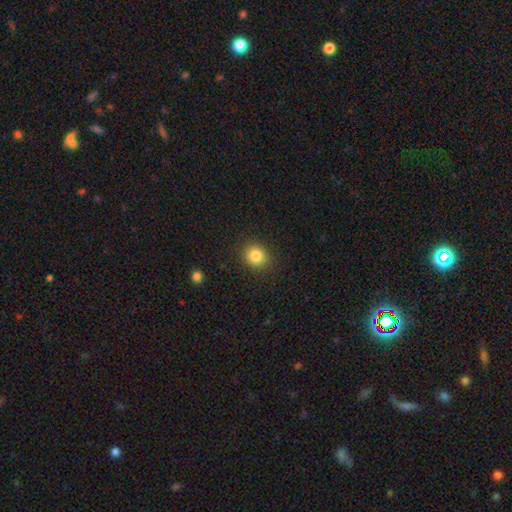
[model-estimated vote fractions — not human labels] Q: Smooth or featured?
A: smooth (83%); runner-up: star or artifact (11%)
Q: How rounded?
A: round (79%); runner-up: in between (20%)
Q: Merging?
A: none (88%); runner-up: minor disturbance (9%)